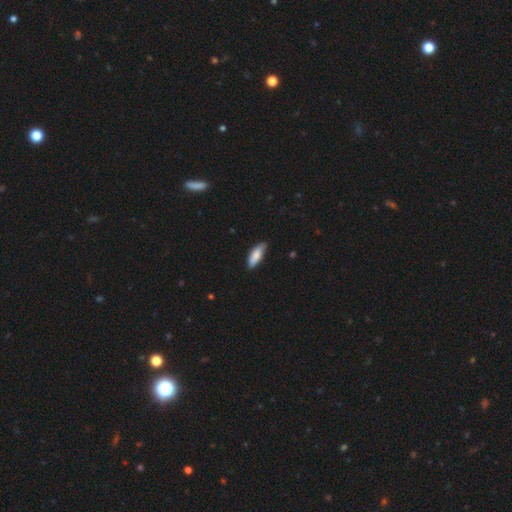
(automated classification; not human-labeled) Morphology: type=smooth (79%); roundness=in between (64%); merging=none (75%).